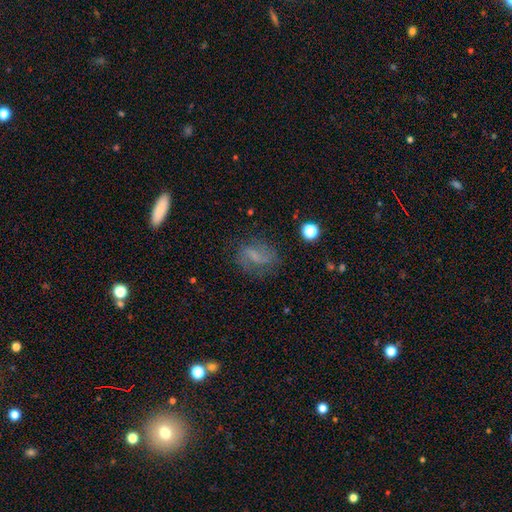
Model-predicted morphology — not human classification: Smooth or featured? Predicted: featured or disk (p=0.49). Merging? Predicted: none (p=0.64).